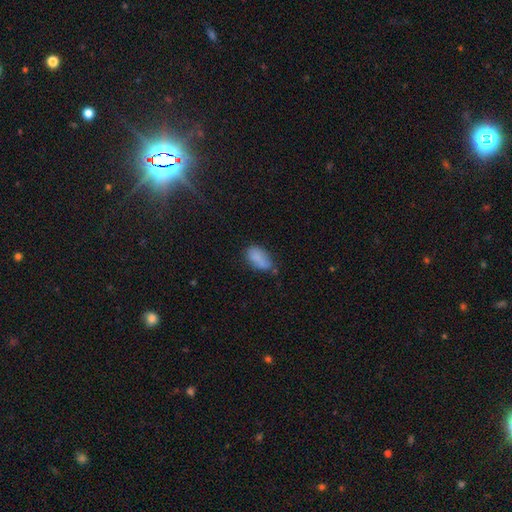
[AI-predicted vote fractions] Overall: smooth (75%). How rounded: in between (91%). Merging: none (53%; minor disturbance 31%).